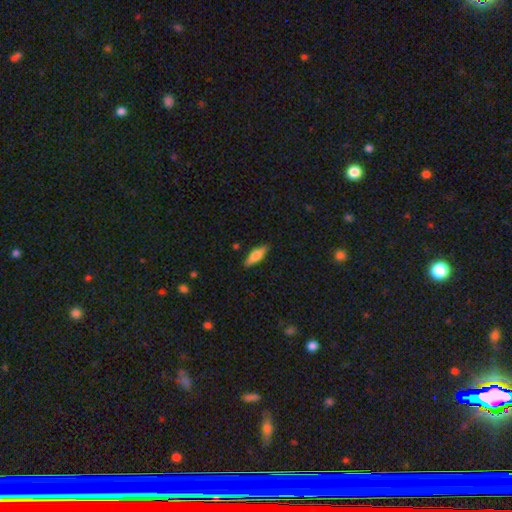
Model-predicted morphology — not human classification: Smooth or featured? smooth (69%)
How rounded? cigar-shaped (54%)
Merging? none (86%)